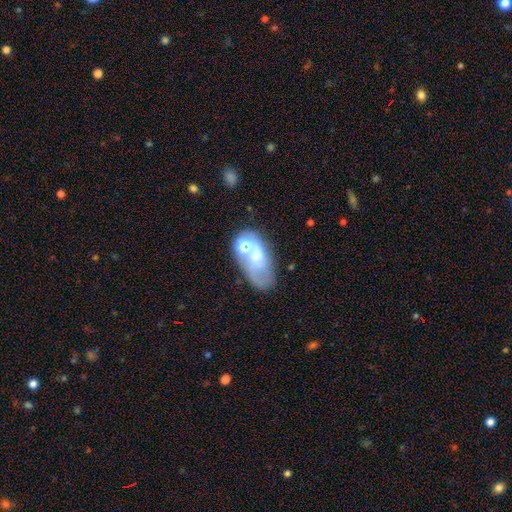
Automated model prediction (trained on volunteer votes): The model was most divided on "smooth or featured": smooth: 44%, featured or disk: 41%, star or artifact: 15%. Remaining: merging — none (44%).